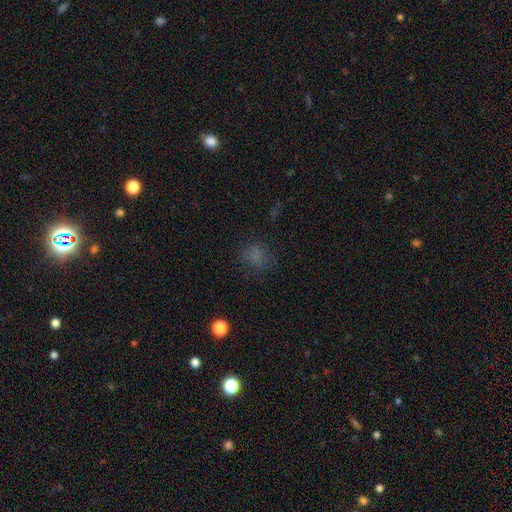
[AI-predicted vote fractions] This is likely a smooth galaxy (71%). How rounded: likely round (72%). Merging: likely none (76%).